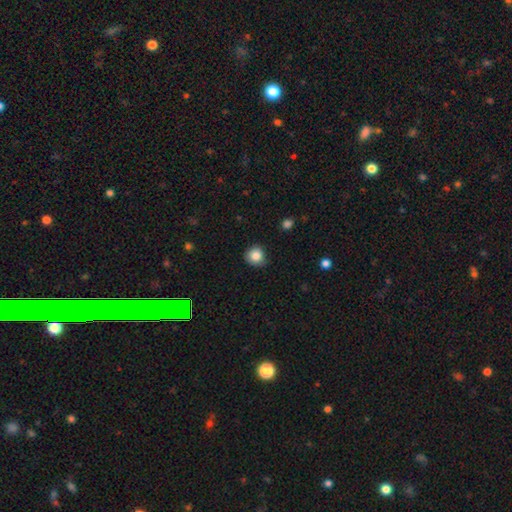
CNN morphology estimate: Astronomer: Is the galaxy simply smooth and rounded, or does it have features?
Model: smooth — 85%.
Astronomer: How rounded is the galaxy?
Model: round — 90%.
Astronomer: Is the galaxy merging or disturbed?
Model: none — 79%.